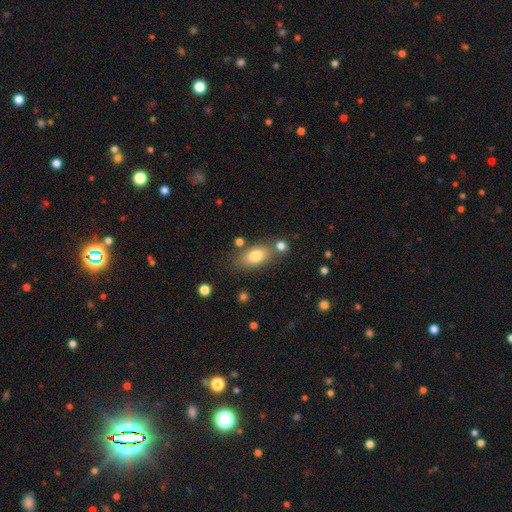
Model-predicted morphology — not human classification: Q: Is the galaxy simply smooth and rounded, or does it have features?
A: smooth — 78%.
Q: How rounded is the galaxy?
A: in between — 85%.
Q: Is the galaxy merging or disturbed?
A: none — 69%.